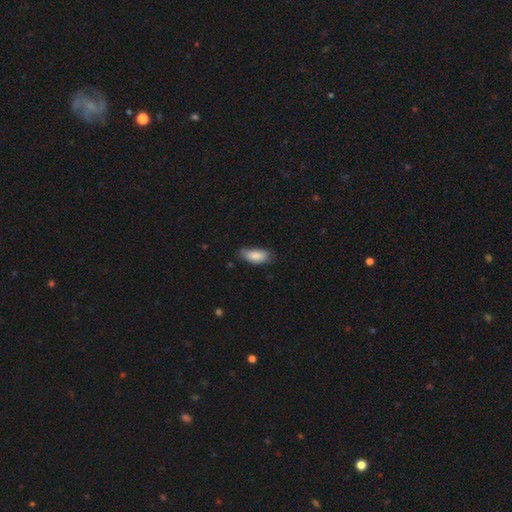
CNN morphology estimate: type=smooth (86%); roundness=in between (84%); merging=none (63%).